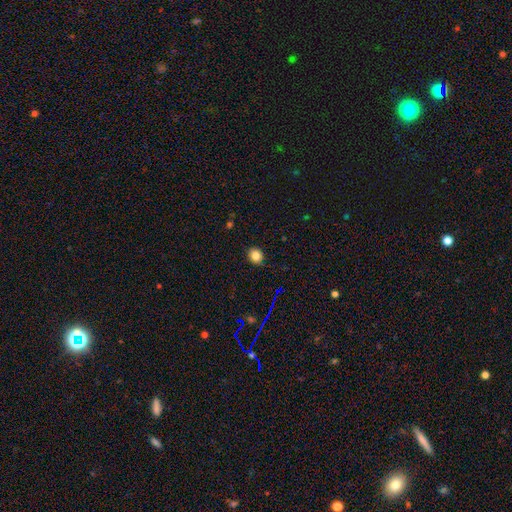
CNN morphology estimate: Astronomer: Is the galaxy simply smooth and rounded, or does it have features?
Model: smooth — 82%.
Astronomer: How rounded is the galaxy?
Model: round — 75%.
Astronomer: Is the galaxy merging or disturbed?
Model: none — 88%.